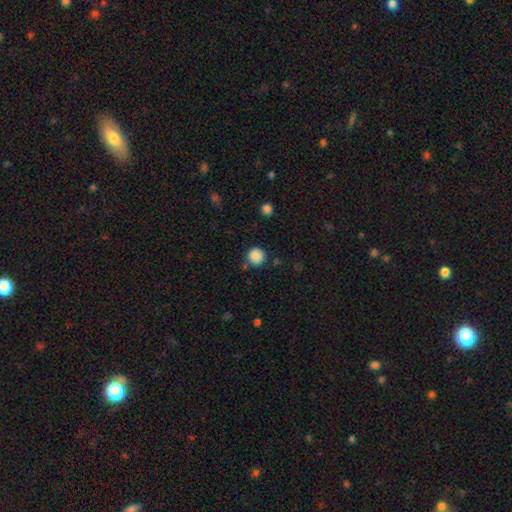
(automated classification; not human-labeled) smooth 87%, star or artifact 10%, featured or disk 3%. Down the decision tree: how rounded — round (93%); merging — none (81%).